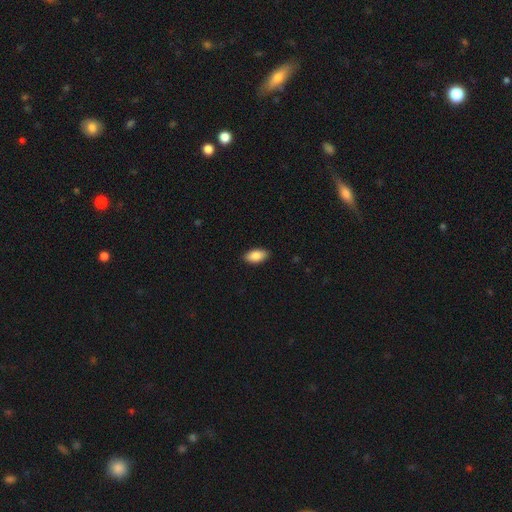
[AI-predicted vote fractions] Morphology: type=smooth (88%); roundness=in between (93%); merging=none (88%).